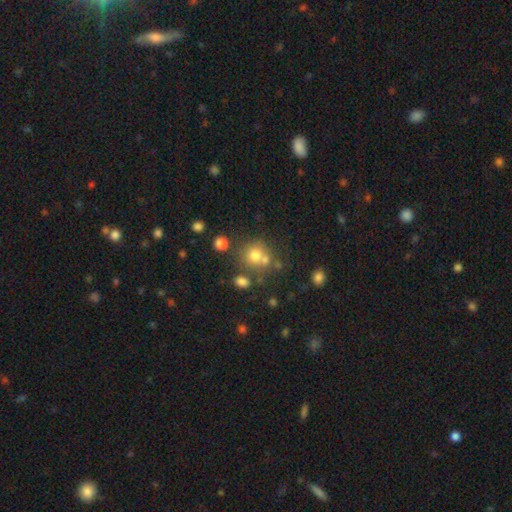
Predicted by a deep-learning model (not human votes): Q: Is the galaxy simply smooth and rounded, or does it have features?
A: smooth — 69%.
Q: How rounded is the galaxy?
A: round — 86%.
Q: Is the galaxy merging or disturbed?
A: none — 58%.